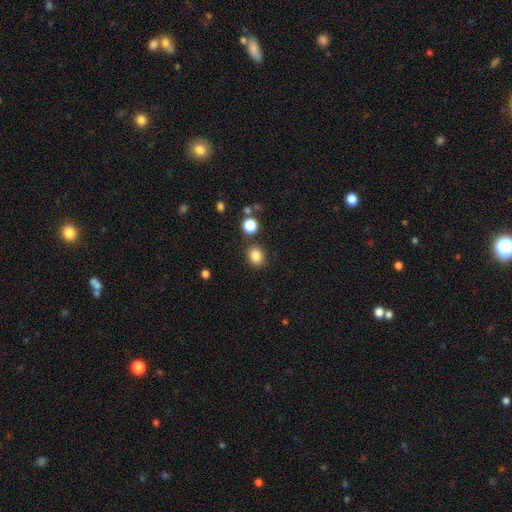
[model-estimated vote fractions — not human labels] A smooth galaxy with no disk features (84%) that is round (68%). Merging: none (83%).